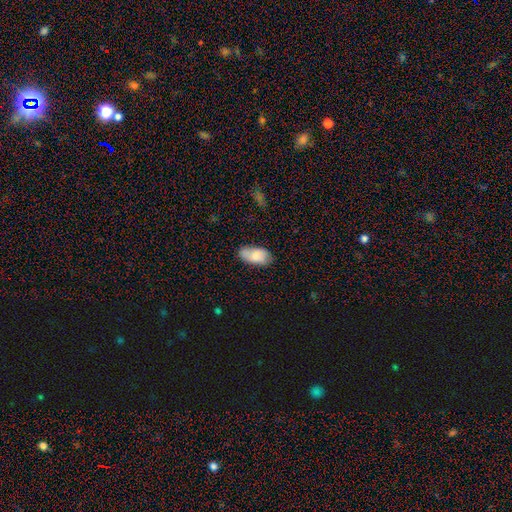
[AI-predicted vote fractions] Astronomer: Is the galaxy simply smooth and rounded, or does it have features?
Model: smooth — 78%.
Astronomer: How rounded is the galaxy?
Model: in between — 93%.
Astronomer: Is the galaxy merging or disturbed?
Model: none — 63%.